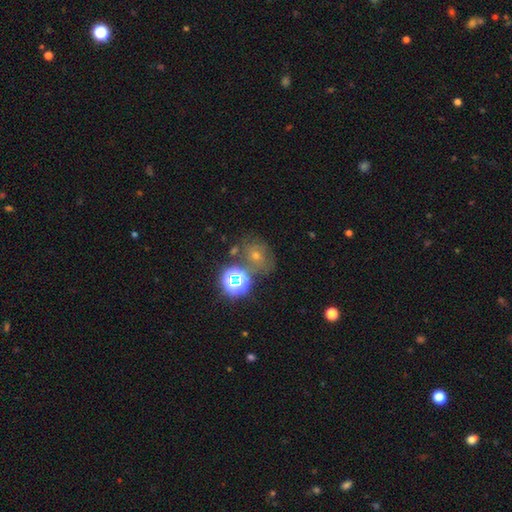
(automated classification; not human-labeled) The model was most divided on "smooth or featured": star or artifact: 49%, smooth: 29%, featured or disk: 23%.